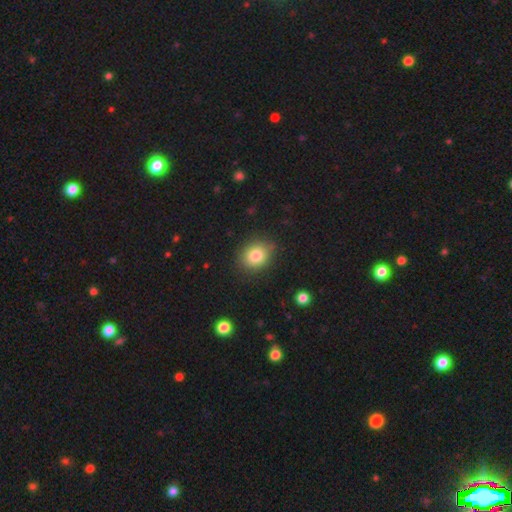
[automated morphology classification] type=smooth (82%); roundness=round (55%); merging=none (84%).